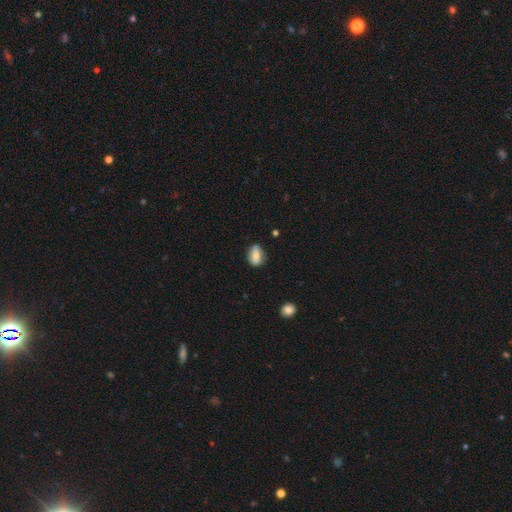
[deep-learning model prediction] The model was most divided on "smooth or featured": smooth: 71%, featured or disk: 21%, star or artifact: 8%. More confident: how rounded — in between (78%); merging — none (76%).